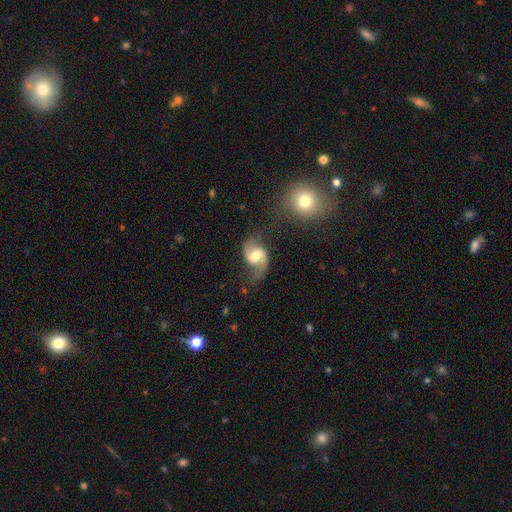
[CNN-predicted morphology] Q: Smooth or featured?
A: featured or disk (84%); runner-up: smooth (10%)
Q: Edge-on disk?
A: no (98%); runner-up: yes (2%)
Q: Bar?
A: weak (45%); runner-up: no (38%)
Q: Spiral arms?
A: yes (96%); runner-up: no (4%)
Q: Spiral winding?
A: loose (56%); runner-up: medium (36%)
Q: Spiral arm count?
A: 2 (92%); runner-up: 1 (3%)
Q: Bulge size?
A: moderate (66%); runner-up: small (17%)
Q: Merging?
A: none (67%); runner-up: minor disturbance (19%)